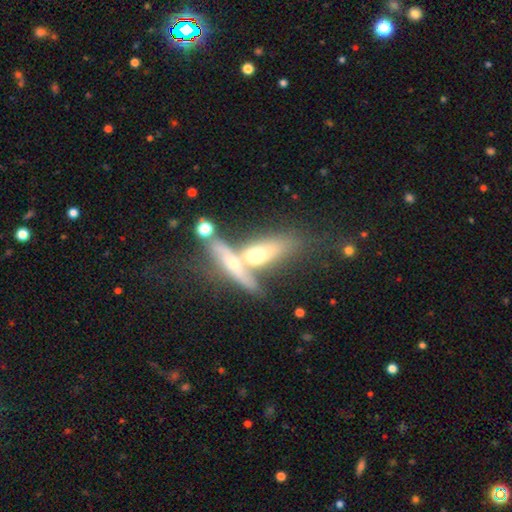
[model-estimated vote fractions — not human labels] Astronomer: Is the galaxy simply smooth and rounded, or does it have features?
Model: featured or disk — 49% (runner-up: smooth, 43%).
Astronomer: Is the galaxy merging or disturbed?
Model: merger — 60%.